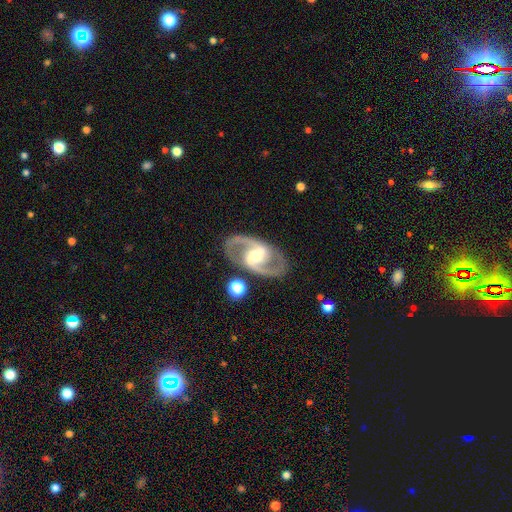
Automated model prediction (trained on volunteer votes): Overall: featured or disk (90%). Edge-on disk: no (97%). Bar: strong (46%; weak 39%). Spiral arms: yes (97%). Spiral arm count: 2 (93%). Spiral winding: medium (63%). Bulge size: moderate (59%; small 28%). Merging: none (84%).